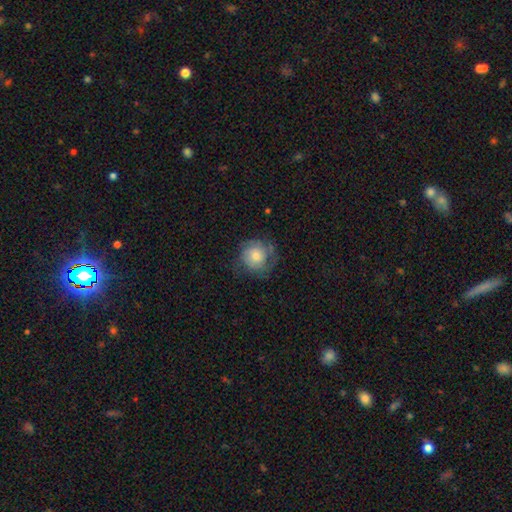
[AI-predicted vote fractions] This is possibly a smooth galaxy (50%). How rounded: clearly round (89%). Merging: likely none (65%).